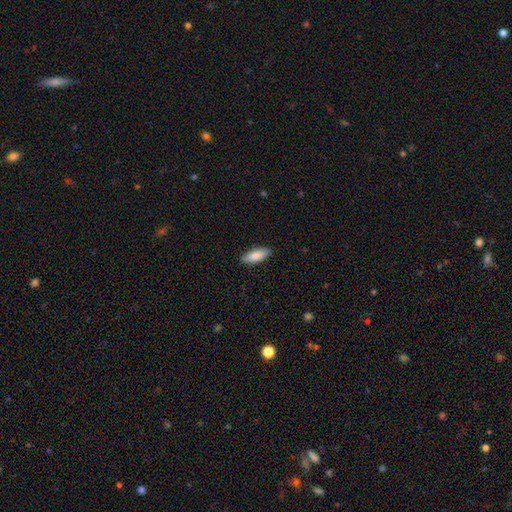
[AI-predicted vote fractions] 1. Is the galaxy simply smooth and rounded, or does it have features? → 86% smooth, 8% featured or disk, 6% star or artifact.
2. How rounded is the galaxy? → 66% in between, 33% cigar-shaped, 2% round.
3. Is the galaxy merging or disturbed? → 89% none, 8% minor disturbance, 2% major disturbance, 1% merger.